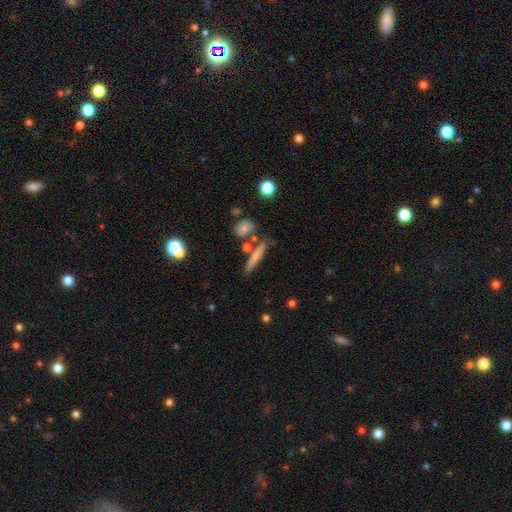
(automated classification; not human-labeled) Smooth or featured? Predicted: smooth (p=0.65). How rounded? Predicted: cigar-shaped (p=0.88). Merging? Predicted: none (p=0.76).